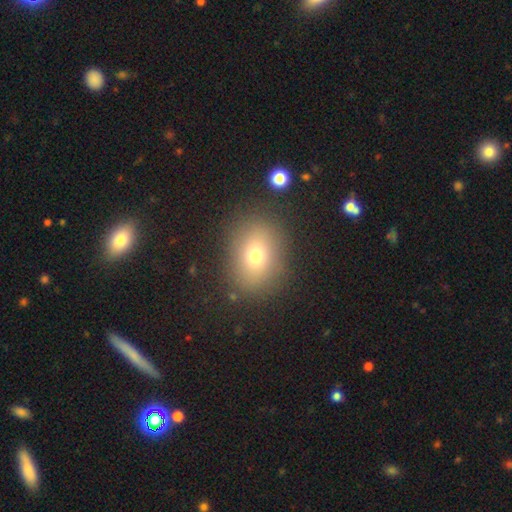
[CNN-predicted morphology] A smooth galaxy with no disk features (71%) that is in between round and cigar-shaped (59%). Merging: none (84%).